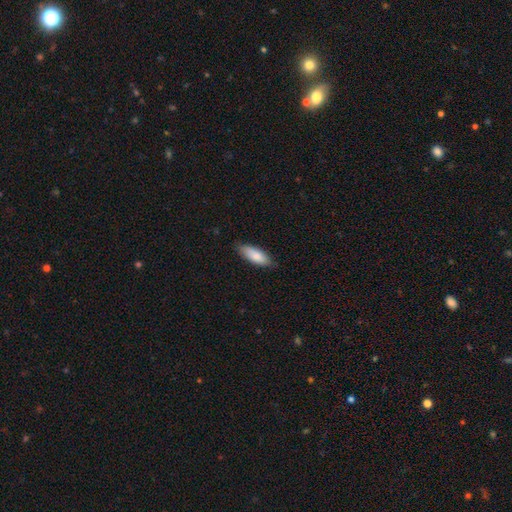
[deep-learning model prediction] A smooth galaxy with no disk features (84%) that is in between round and cigar-shaped (72%). Merging: none (82%).